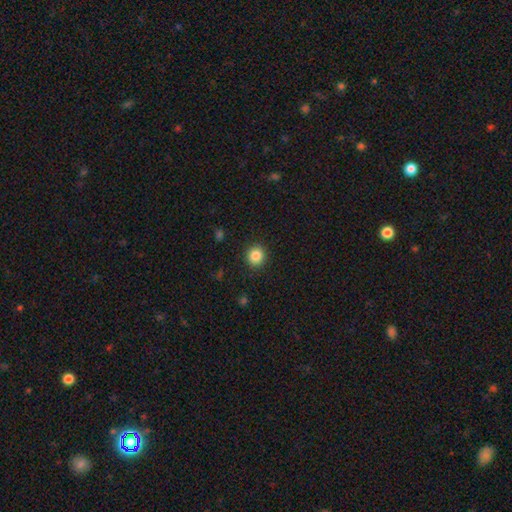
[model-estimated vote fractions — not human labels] Morphology: type=smooth (85%); roundness=round (91%); merging=none (91%).